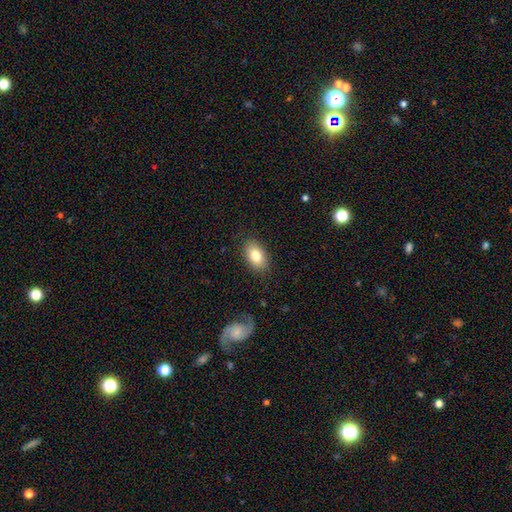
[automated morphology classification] A smooth galaxy with no disk features (81%) that is in between round and cigar-shaped (90%). Merging: none (86%).